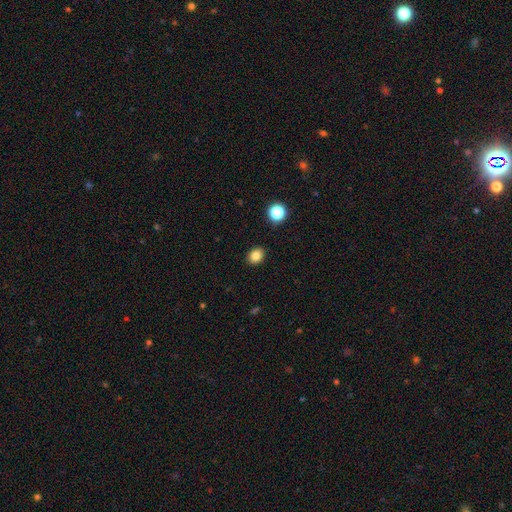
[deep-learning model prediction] smooth_or_featured: smooth (p=0.83) [alt: star or artifact p=0.12]
how_rounded: round (p=0.54) [alt: in between p=0.46]
merging: none (p=0.90) [alt: minor disturbance p=0.07]